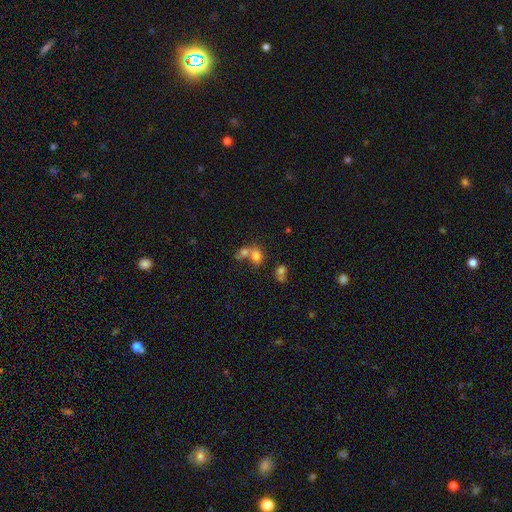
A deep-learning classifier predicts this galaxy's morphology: Smooth or featured?
  - smooth: 70% *
  - featured or disk: 16%
  - star or artifact: 14%
How rounded?
  - in between: 52% *
  - round: 47%
  - cigar-shaped: 1%
Merging?
  - merger: 61% *
  - none: 26%
  - minor disturbance: 7%
  - major disturbance: 6%